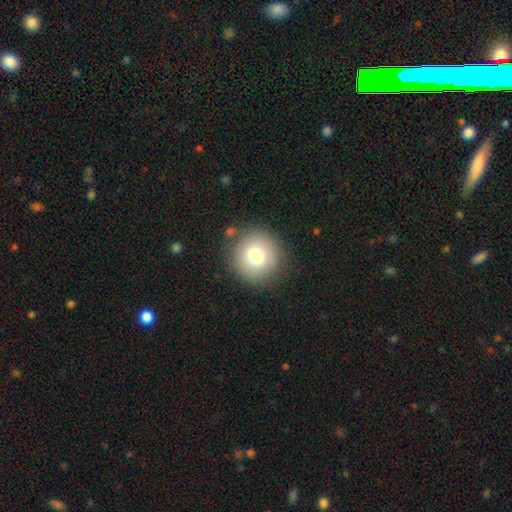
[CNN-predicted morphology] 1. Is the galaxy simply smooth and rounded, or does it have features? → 77% smooth, 12% featured or disk, 11% star or artifact.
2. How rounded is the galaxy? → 95% round, 4% in between, 1% cigar-shaped.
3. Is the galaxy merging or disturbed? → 86% none, 8% minor disturbance, 3% major disturbance, 2% merger.